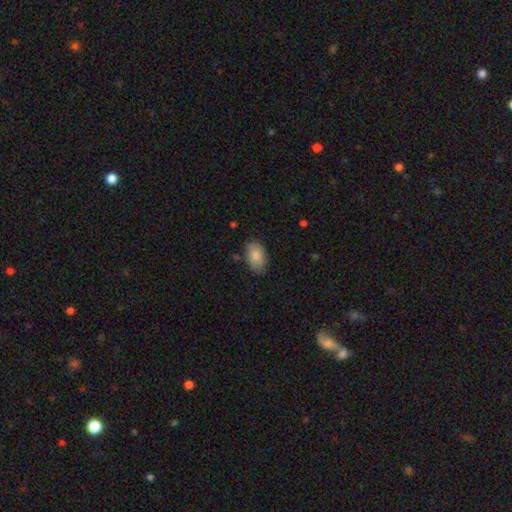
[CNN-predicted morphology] Smooth or featured: smooth — 86% (featured or disk — 8%)
How rounded: in between — 92% (round — 6%)
Merging: none — 80% (minor disturbance — 16%)